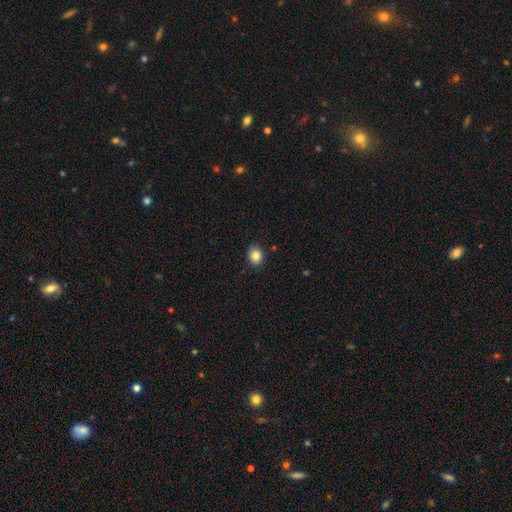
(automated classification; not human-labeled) This appears to be a smooth galaxy with no disk features (84%) that is round (63%). Merging: none (88%).